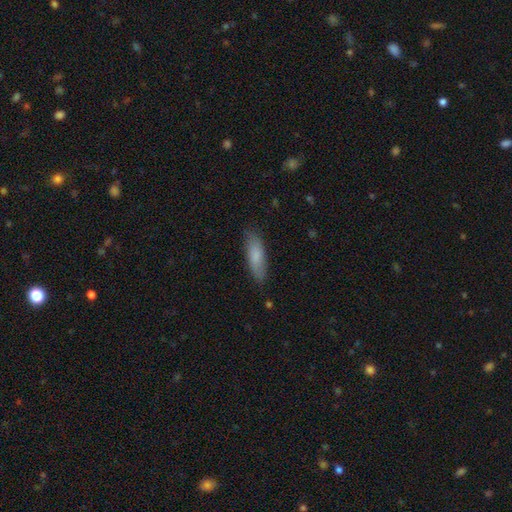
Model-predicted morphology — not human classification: Smooth or featured? smooth (81%)
How rounded? cigar-shaped (53%)
Merging? none (83%)